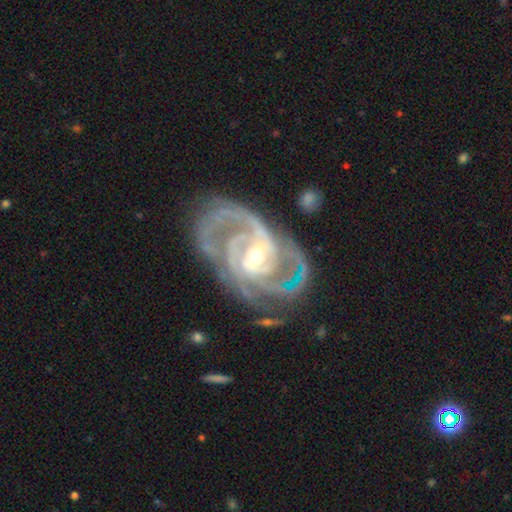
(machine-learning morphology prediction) smooth_or_featured: featured or disk (p=0.92) [alt: star or artifact p=0.05]
disk_edge_on: no (p=0.97) [alt: yes p=0.03]
bar: weak (p=0.42) [alt: strong p=0.29]
has_spiral_arms: yes (p=0.98) [alt: no p=0.02]
spiral_winding: tight (p=0.58) [alt: medium p=0.37]
spiral_arm_count: 3 (p=0.32) [alt: 2 p=0.30]
bulge_size: small (p=0.55) [alt: moderate p=0.41]
merging: none (p=0.69) [alt: minor disturbance p=0.18]